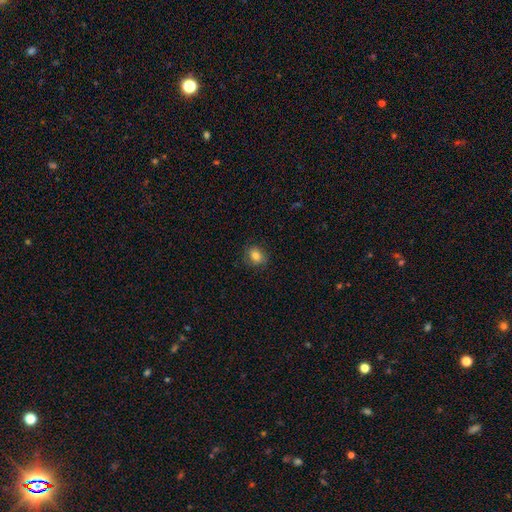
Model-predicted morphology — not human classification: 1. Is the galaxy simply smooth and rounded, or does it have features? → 81% smooth, 10% star or artifact, 9% featured or disk.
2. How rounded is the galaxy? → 57% round, 42% in between, 1% cigar-shaped.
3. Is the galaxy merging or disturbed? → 83% none, 13% minor disturbance, 3% major disturbance, 1% merger.